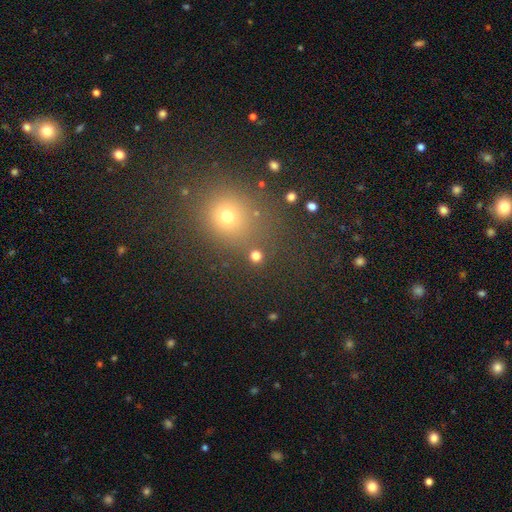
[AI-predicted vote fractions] smooth_or_featured: smooth (p=0.76) [alt: star or artifact p=0.18]
how_rounded: round (p=0.90) [alt: in between p=0.09]
merging: none (p=0.82) [alt: merger p=0.08]